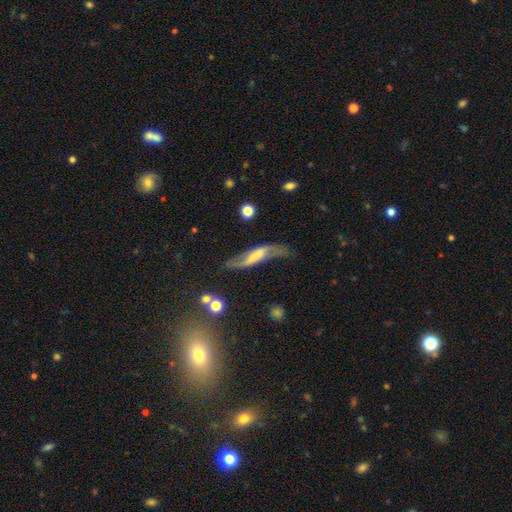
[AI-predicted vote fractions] A featured or disk galaxy (71%) with a strong bar (41%), 2 (91%) loose (80%) spiral arms (89%) and no central bulge (42%).

Vote fractions:
- Smooth or featured? featured or disk: 71% / smooth: 22% / star or artifact: 7%
- Edge-on disk? no: 81% / yes: 19%
- Bar? strong: 41% / weak: 34% / no: 25%
- Spiral arms? yes: 89% / no: 11%
- Spiral winding? loose: 80% / medium: 15% / tight: 5%
- Spiral arm count? 2: 91% / can't tell: 4% / 1: 3% / 3: 1% / 4: 1% / more than 4: 1%
- Bulge size? none: 42% / small: 22% / moderate: 20% / large: 13% / dominant: 4%
- Merging? none: 58% / minor disturbance: 24% / major disturbance: 14% / merger: 4%